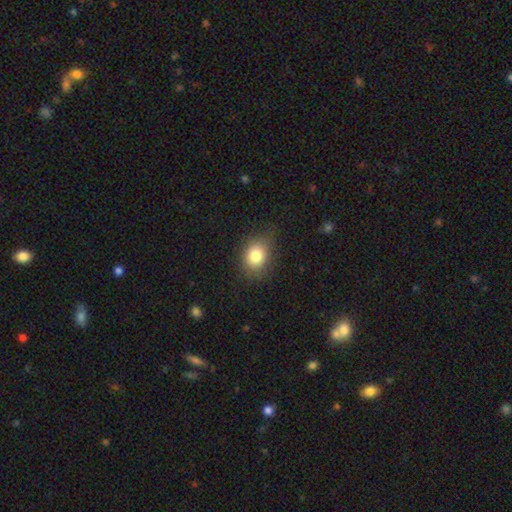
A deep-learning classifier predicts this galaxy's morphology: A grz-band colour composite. It shows a smooth galaxy with no disk features (81%) that is round (55%). Merging: none (75%).